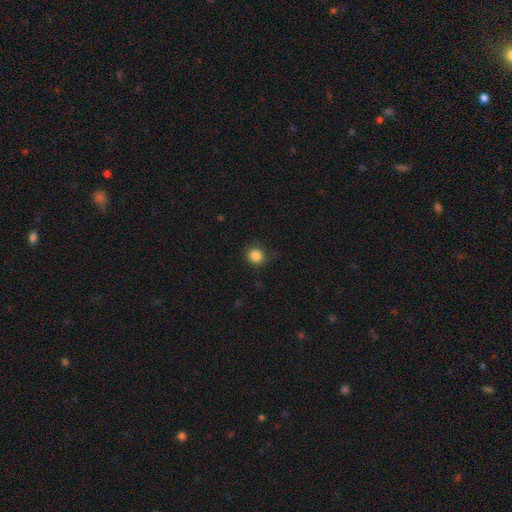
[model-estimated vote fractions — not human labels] Smooth or featured?
  - smooth: 85% *
  - star or artifact: 11%
  - featured or disk: 4%
How rounded?
  - round: 91% *
  - in between: 8%
  - cigar-shaped: 1%
Merging?
  - none: 83% *
  - minor disturbance: 12%
  - major disturbance: 3%
  - merger: 1%